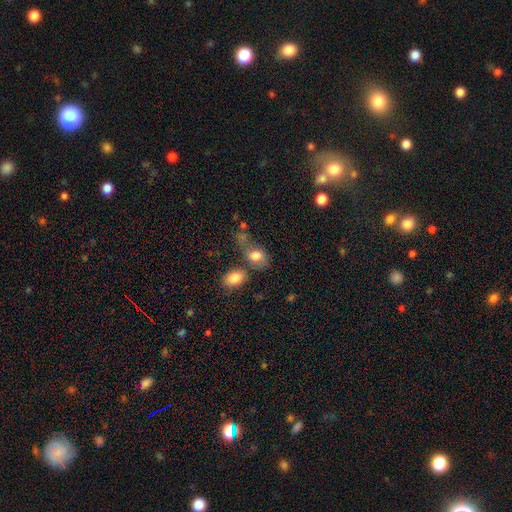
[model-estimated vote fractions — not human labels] Morphology: type=smooth (78%); roundness=in between (74%); merging=none (42%).